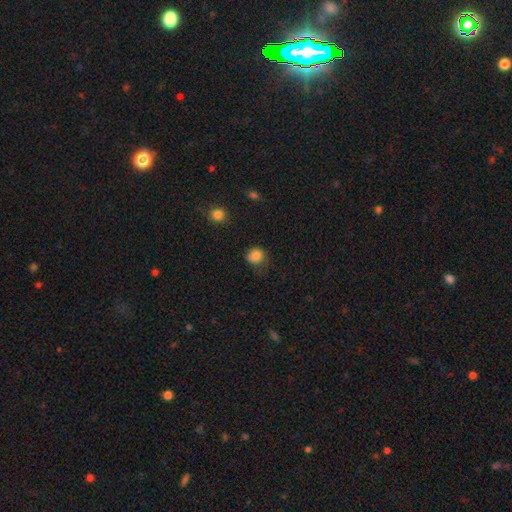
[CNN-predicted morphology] smooth 83%, star or artifact 11%, featured or disk 5%. Down the decision tree: how rounded — round (79%); merging — none (64%).